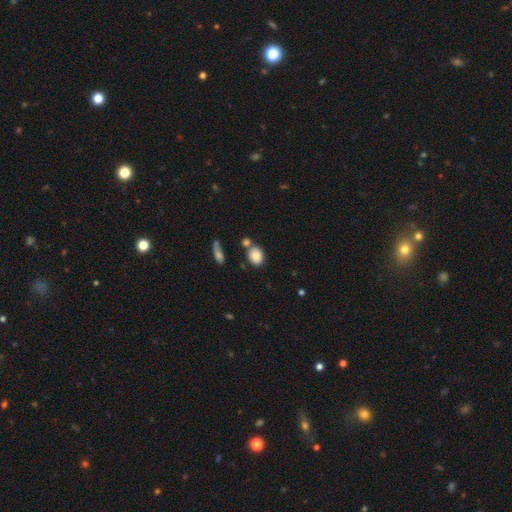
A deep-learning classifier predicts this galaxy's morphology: Q: Smooth or featured?
A: smooth (85%); runner-up: star or artifact (9%)
Q: How rounded?
A: in between (61%); runner-up: round (38%)
Q: Merging?
A: none (59%); runner-up: merger (21%)